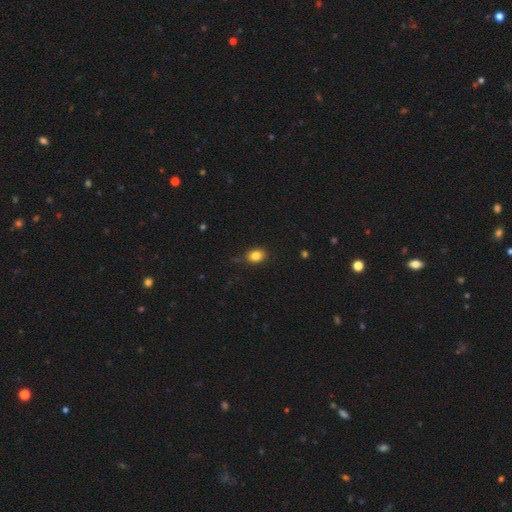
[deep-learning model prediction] Smooth or featured? Predicted: smooth (p=0.84). How rounded? Predicted: in between (p=0.63). Merging? Predicted: none (p=0.82).